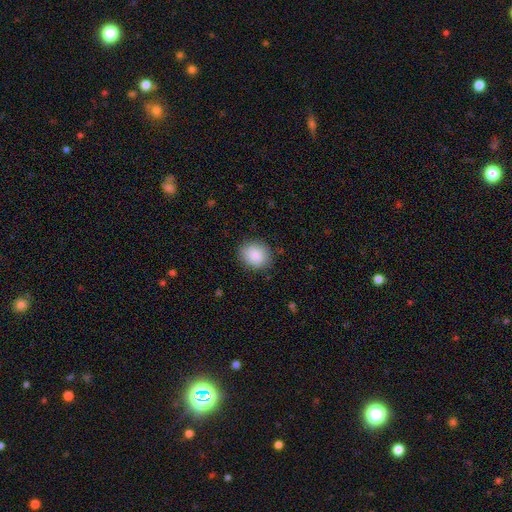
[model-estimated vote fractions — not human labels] Morphology: type=smooth (88%); roundness=round (66%); merging=none (85%).